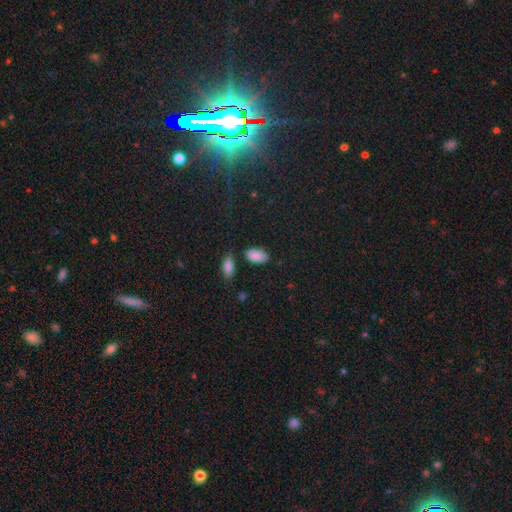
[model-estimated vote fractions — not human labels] Q: Smooth or featured?
A: smooth (87%); runner-up: star or artifact (8%)
Q: How rounded?
A: in between (94%); runner-up: round (4%)
Q: Merging?
A: none (75%); runner-up: minor disturbance (15%)